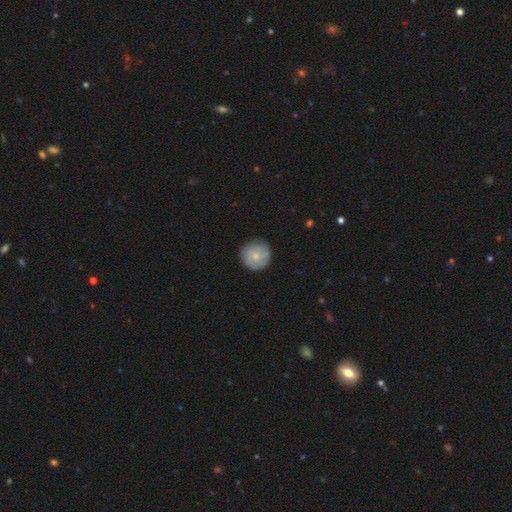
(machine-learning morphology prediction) A smooth galaxy with no disk features (67%) that is round (94%). Merging: none (84%).